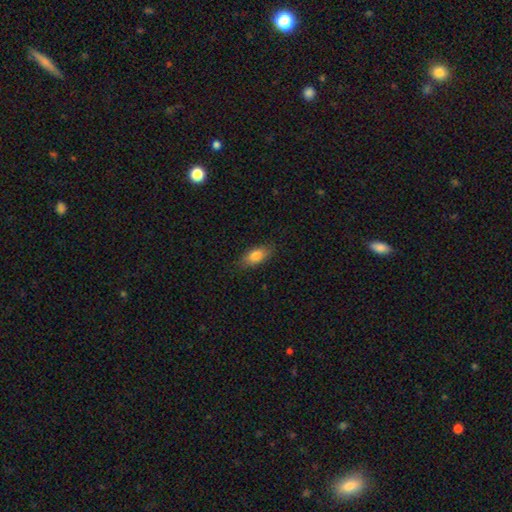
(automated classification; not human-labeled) Smooth or featured?
  - smooth: 81% *
  - featured or disk: 11%
  - star or artifact: 7%
How rounded?
  - in between: 87% *
  - cigar-shaped: 8%
  - round: 5%
Merging?
  - none: 84% *
  - minor disturbance: 12%
  - major disturbance: 3%
  - merger: 1%